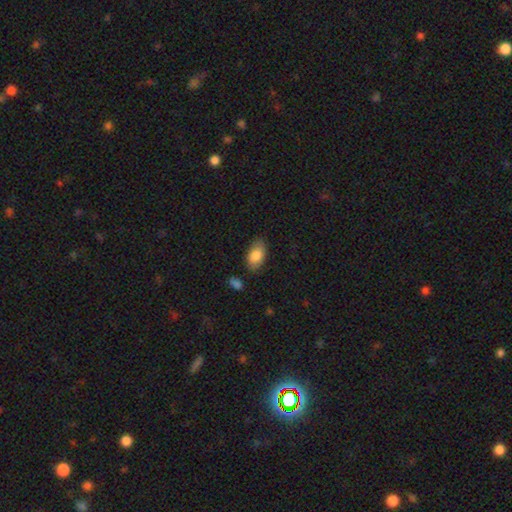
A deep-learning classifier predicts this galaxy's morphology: smooth_or_featured: smooth (p=0.83) [alt: featured or disk p=0.11]
how_rounded: in between (p=0.92) [alt: round p=0.05]
merging: none (p=0.76) [alt: minor disturbance p=0.17]